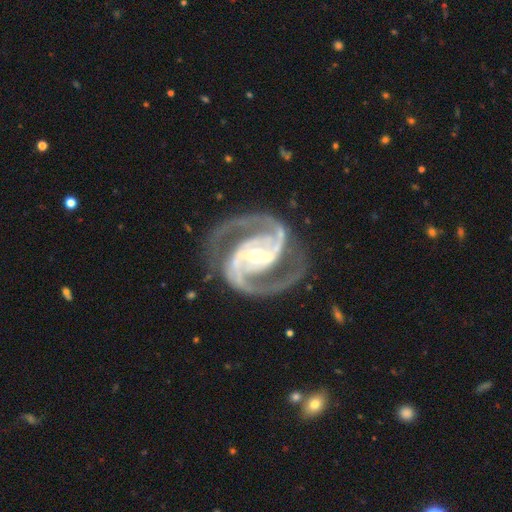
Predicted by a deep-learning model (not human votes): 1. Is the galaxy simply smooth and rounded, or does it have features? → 94% featured or disk, 4% star or artifact, 2% smooth.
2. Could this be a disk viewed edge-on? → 98% no, 2% yes.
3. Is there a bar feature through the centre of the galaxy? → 45% strong, 34% weak, 21% no.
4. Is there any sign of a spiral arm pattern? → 99% yes, 1% no.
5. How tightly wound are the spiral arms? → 62% medium, 30% tight, 8% loose.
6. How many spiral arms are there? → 85% 2, 8% 3, 2% can't tell, 2% 4, 2% 1, 2% more than 4.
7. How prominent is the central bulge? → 59% moderate, 36% small, 4% large, 1% none, 1% dominant.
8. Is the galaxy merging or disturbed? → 79% none, 13% minor disturbance, 6% major disturbance, 2% merger.